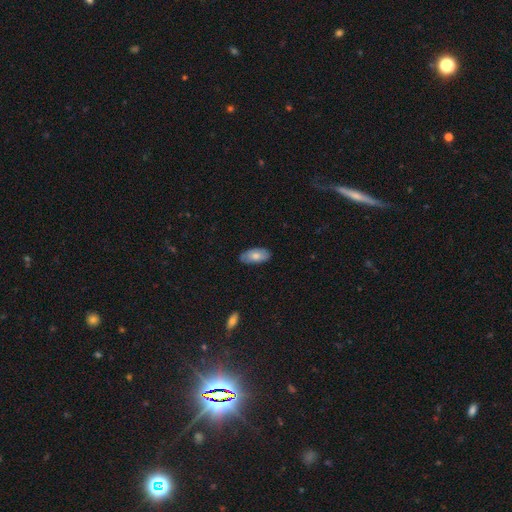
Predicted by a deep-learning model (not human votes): Morphology: type=smooth (75%); roundness=in between (94%); merging=none (84%).